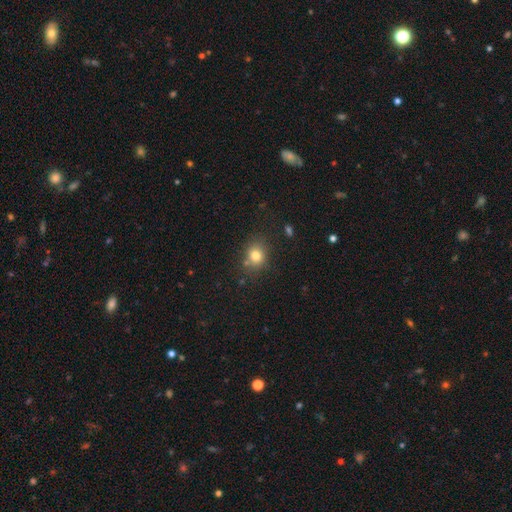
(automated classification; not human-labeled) A smooth galaxy with no disk features (78%) that is round (69%). Merging: none (75%).